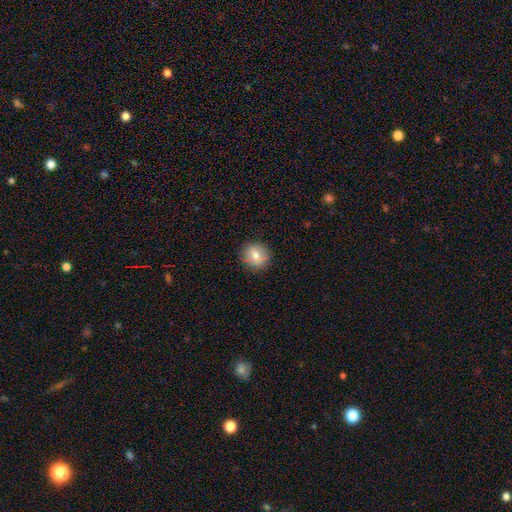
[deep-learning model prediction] This appears to be a smooth galaxy with no disk features (72%) that is round (84%). Merging: none (88%).